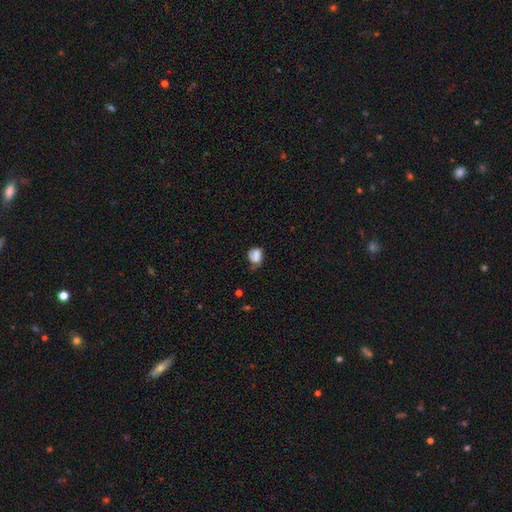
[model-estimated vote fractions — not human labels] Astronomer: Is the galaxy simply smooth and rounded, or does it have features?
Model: smooth — 80%.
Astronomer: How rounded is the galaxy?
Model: in between — 51% (runner-up: round, 48%).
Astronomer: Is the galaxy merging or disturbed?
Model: minor disturbance — 40% (runner-up: none, 39%).